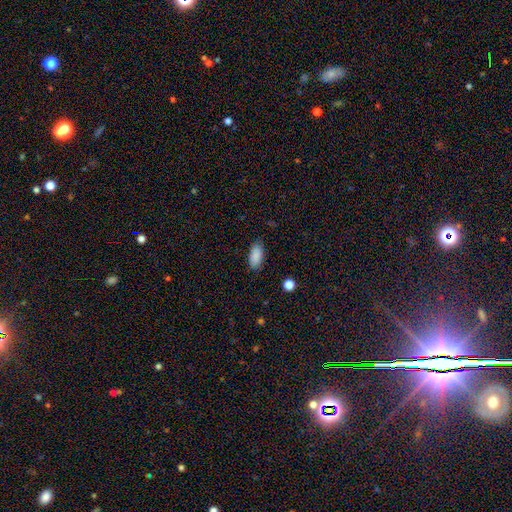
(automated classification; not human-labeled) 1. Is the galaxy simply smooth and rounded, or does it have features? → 89% smooth, 7% star or artifact, 4% featured or disk.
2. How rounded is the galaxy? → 91% in between, 7% cigar-shaped, 2% round.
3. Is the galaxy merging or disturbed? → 84% none, 12% minor disturbance, 3% major disturbance, 1% merger.